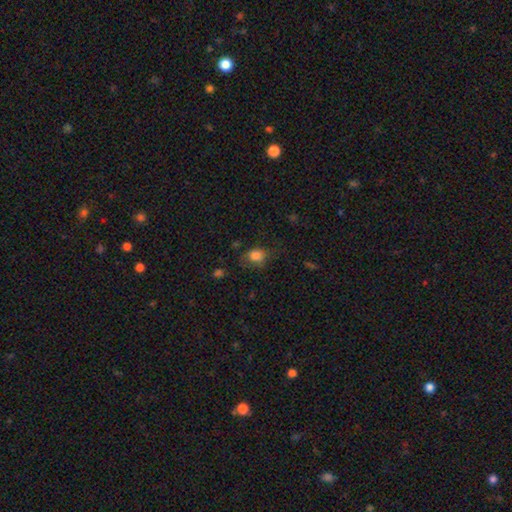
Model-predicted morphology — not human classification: A smooth galaxy with no disk features (82%) that is in between round and cigar-shaped (58%).

Vote fractions:
- Smooth or featured? smooth: 82% / star or artifact: 11% / featured or disk: 7%
- How rounded? in between: 58% / round: 41% / cigar-shaped: 1%
- Merging? none: 55% / minor disturbance: 28% / major disturbance: 15% / merger: 2%